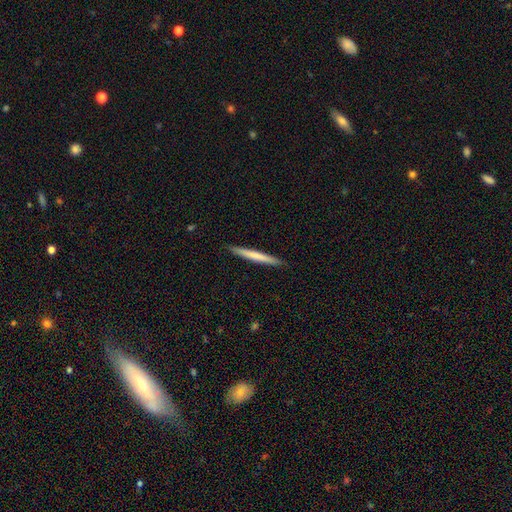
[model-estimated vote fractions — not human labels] smooth-or-featured: smooth: 63% | featured or disk: 32% | star or artifact: 5%
  how-rounded: cigar-shaped: 97% | in between: 2% | round: 1%
  merging: none: 92% | minor disturbance: 6% | major disturbance: 1% | merger: 1%